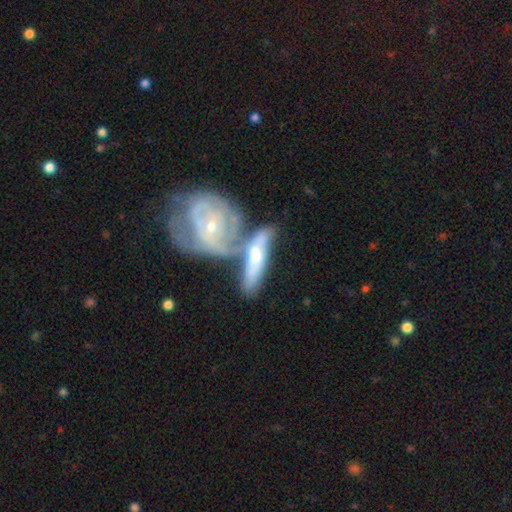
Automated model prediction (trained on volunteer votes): Smooth or featured?
  - featured or disk: 66% *
  - smooth: 29%
  - star or artifact: 6%
Edge-on disk?
  - no: 79% *
  - yes: 21%
Bar?
  - no: 72% *
  - weak: 21%
  - strong: 7%
Spiral arms?
  - yes: 73% *
  - no: 27%
Bulge size?
  - small: 51% *
  - moderate: 42%
  - large: 3%
  - none: 2%
  - dominant: 1%
Merging?
  - merger: 58% *
  - none: 23%
  - minor disturbance: 11%
  - major disturbance: 7%